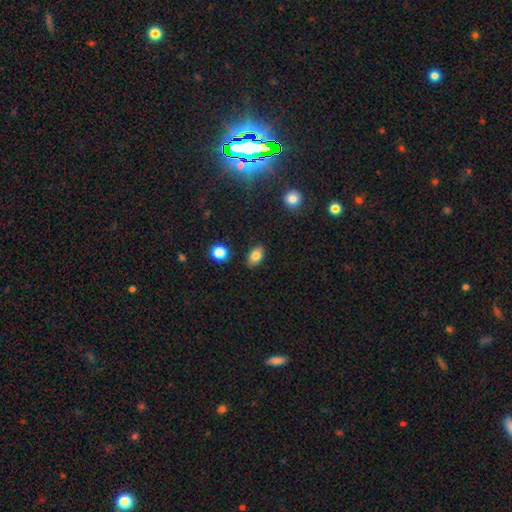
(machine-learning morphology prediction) smooth_or_featured: smooth (p=0.82) [alt: star or artifact p=0.09]
how_rounded: in between (p=0.88) [alt: round p=0.10]
merging: none (p=0.87) [alt: minor disturbance p=0.10]